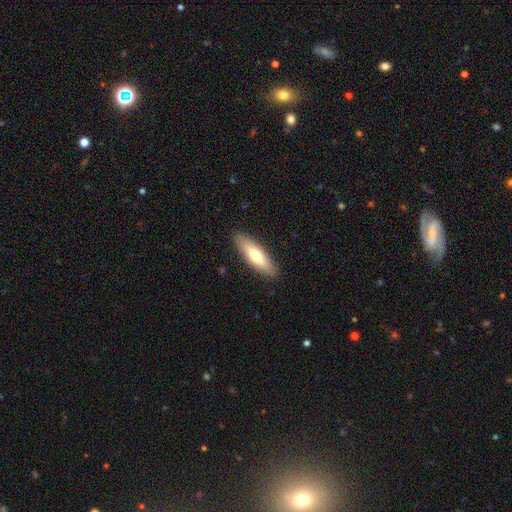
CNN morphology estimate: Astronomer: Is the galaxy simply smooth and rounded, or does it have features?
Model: smooth — 62%.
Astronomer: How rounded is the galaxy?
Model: cigar-shaped — 56% (runner-up: in between, 42%).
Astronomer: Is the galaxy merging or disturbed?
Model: none — 89%.